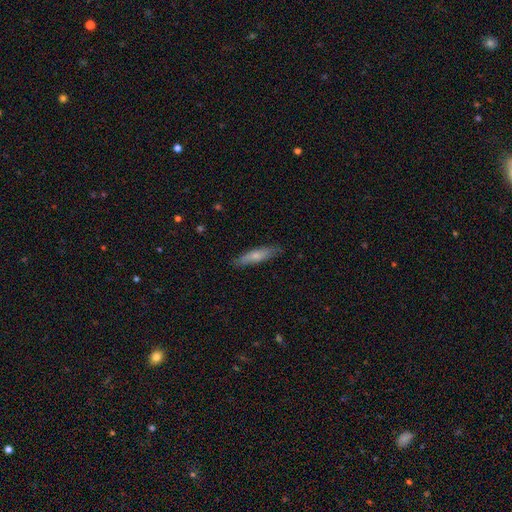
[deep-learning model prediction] Overall: smooth (68%). How rounded: cigar-shaped (76%). Merging: none (85%).